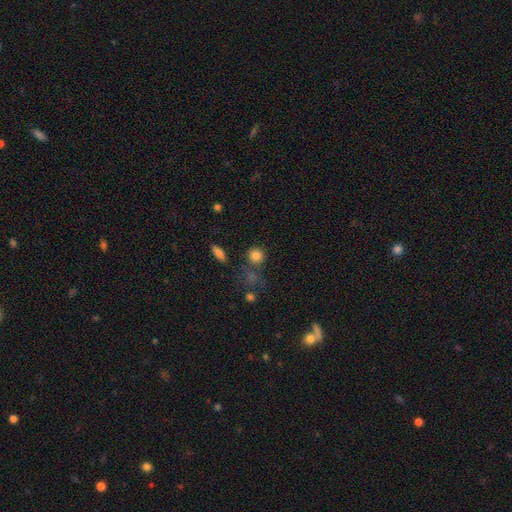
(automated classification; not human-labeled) smooth-or-featured: smooth: 82% | star or artifact: 12% | featured or disk: 6%
  how-rounded: round: 89% | in between: 10% | cigar-shaped: 1%
  merging: none: 73% | merger: 12% | minor disturbance: 11% | major disturbance: 5%